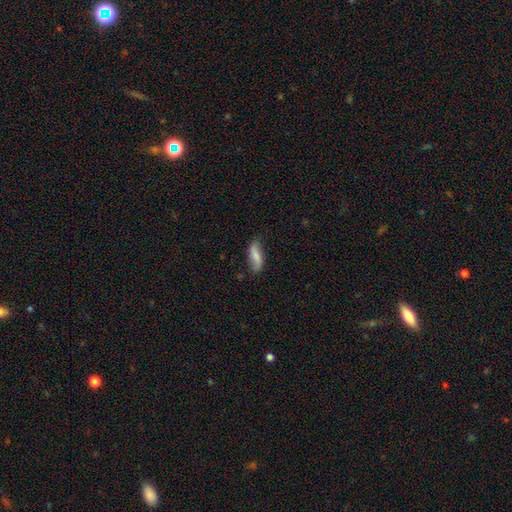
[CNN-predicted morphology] smooth-or-featured: smooth: 63% | featured or disk: 30% | star or artifact: 7%
  how-rounded: in between: 66% | cigar-shaped: 31% | round: 3%
  merging: none: 71% | minor disturbance: 23% | major disturbance: 5% | merger: 2%